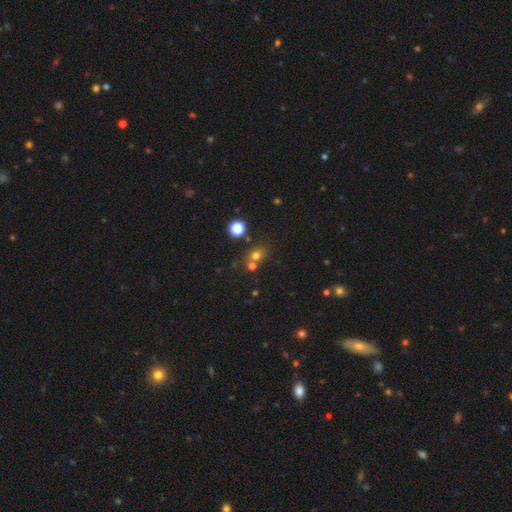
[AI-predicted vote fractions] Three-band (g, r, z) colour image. It shows a smooth galaxy with no disk features (69%) that is round (71%). Merging: none (58%).